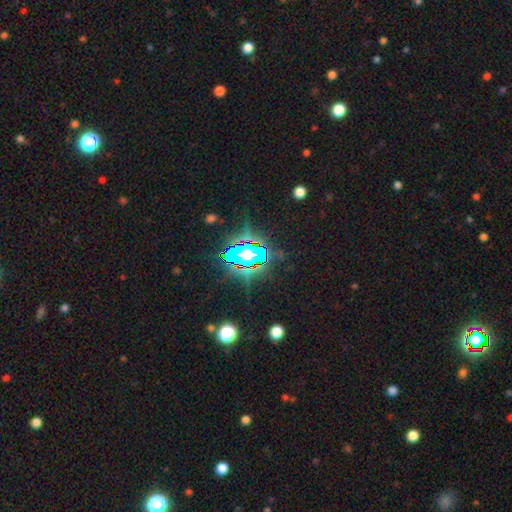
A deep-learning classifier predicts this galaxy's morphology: Smooth or featured? Predicted: star or artifact (p=0.80).